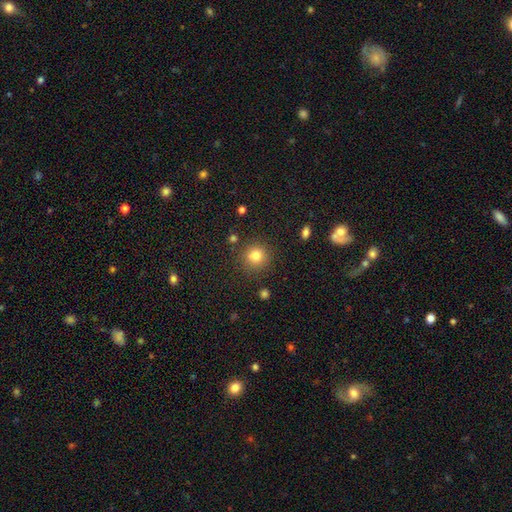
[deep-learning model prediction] Smooth or featured?
  - smooth: 81% *
  - star or artifact: 12%
  - featured or disk: 7%
How rounded?
  - round: 92% *
  - in between: 7%
  - cigar-shaped: 1%
Merging?
  - none: 86% *
  - minor disturbance: 8%
  - major disturbance: 3%
  - merger: 3%